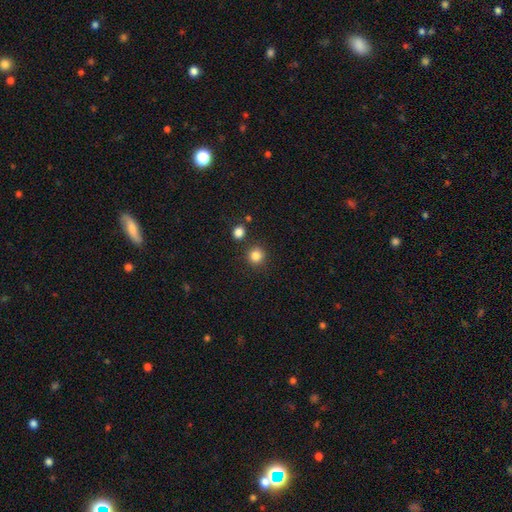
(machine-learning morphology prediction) A smooth galaxy with no disk features (84%) that is round (93%). Merging: none (86%).